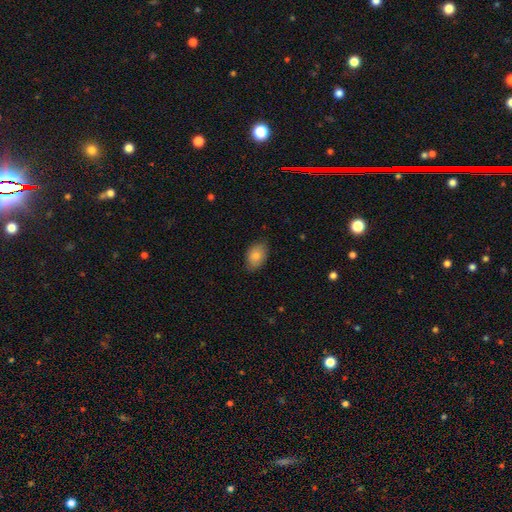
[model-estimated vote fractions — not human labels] Smooth or featured? smooth (81%)
How rounded? in between (83%)
Merging? none (82%)